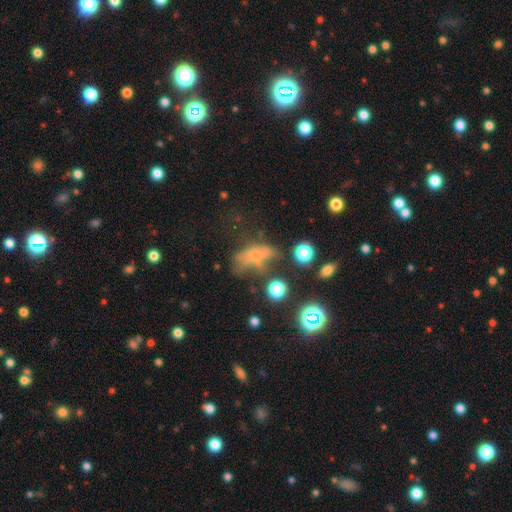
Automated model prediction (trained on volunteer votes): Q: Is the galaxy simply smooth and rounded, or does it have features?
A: smooth — 48%.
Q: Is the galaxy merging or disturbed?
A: none — 33%.